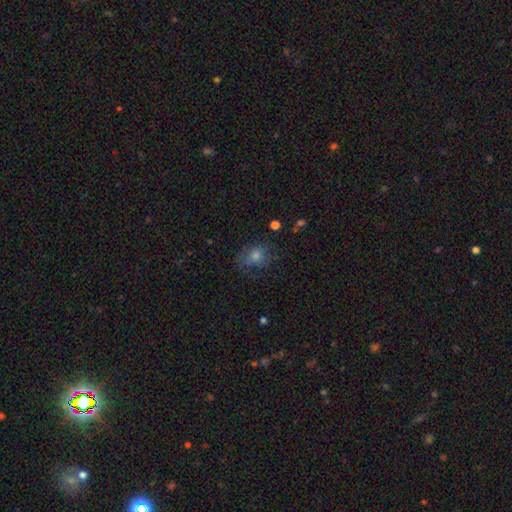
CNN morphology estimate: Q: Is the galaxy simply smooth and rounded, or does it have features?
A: smooth — 53%.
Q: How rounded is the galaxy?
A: round — 56%.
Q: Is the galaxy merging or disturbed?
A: none — 64%.